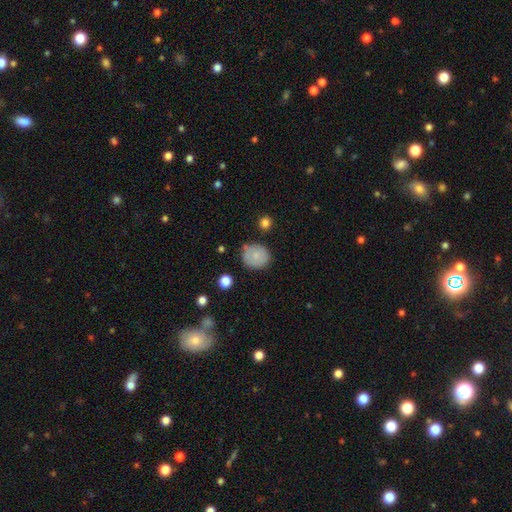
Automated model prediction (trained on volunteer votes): Smooth or featured? smooth (79%)
How rounded? round (79%)
Merging? none (77%)